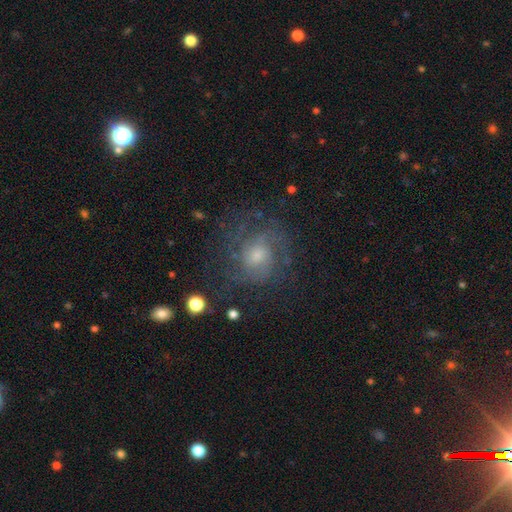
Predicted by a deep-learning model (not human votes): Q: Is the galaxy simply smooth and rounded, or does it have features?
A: featured or disk — 66%.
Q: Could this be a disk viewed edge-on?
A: no — 97%.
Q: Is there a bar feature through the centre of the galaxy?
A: no — 71%.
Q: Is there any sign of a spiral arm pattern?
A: yes — 85%.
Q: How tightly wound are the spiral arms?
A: tight — 49%.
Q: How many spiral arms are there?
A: can't tell — 45%.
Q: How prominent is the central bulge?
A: moderate — 45%.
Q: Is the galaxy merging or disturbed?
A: none — 68%.